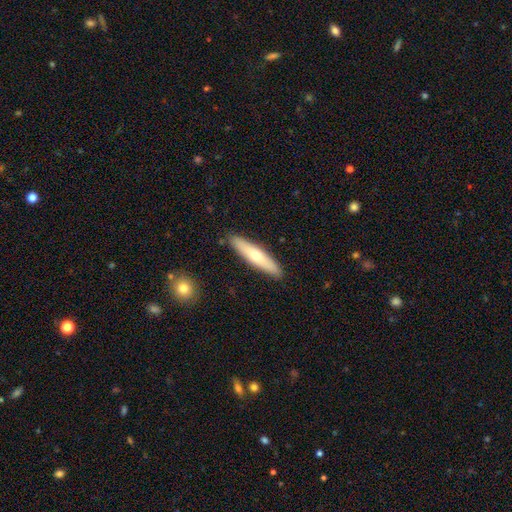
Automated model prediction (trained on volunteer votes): Smooth or featured: smooth — 58% (featured or disk — 37%)
How rounded: cigar-shaped — 84% (in between — 15%)
Merging: none — 89% (minor disturbance — 8%)